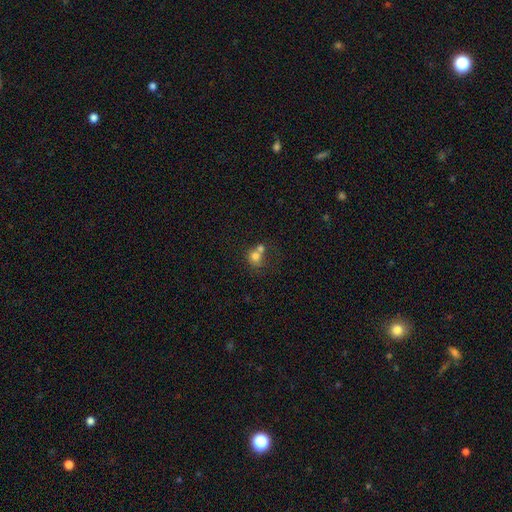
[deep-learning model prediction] This appears to be a smooth galaxy with no disk features (73%) that is round (74%). Merging: merger (53%).